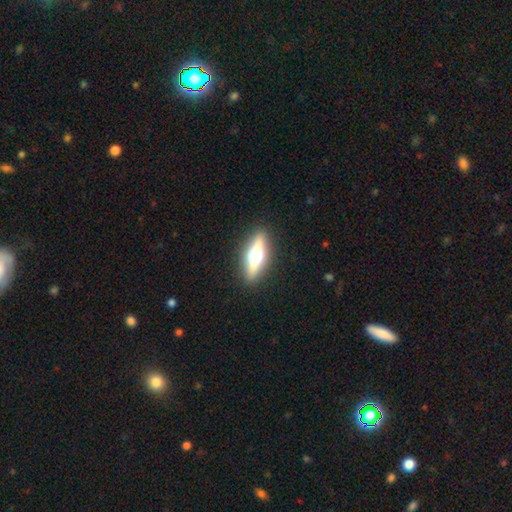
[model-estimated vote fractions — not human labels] Overall: featured or disk (62%; smooth 31%). Edge-on disk: yes (92%). Edge-on bulge: rounded (96%). Merging: none (90%).